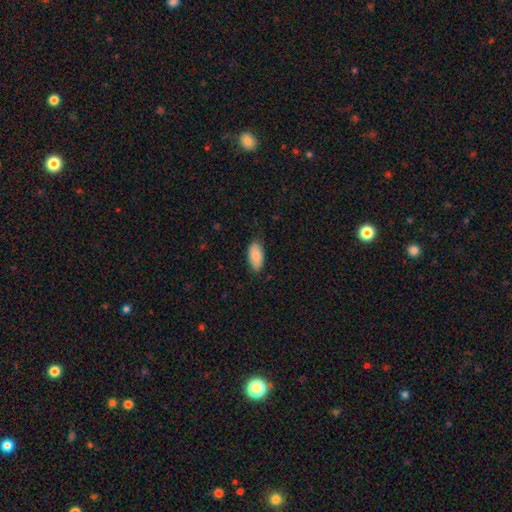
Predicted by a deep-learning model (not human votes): Q: Smooth or featured?
A: smooth (87%); runner-up: featured or disk (7%)
Q: How rounded?
A: in between (93%); runner-up: cigar-shaped (5%)
Q: Merging?
A: none (82%); runner-up: minor disturbance (14%)